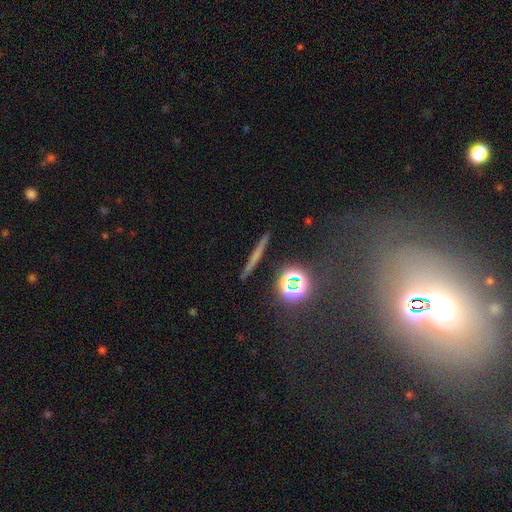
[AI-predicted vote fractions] This is marginally a smooth galaxy (42%). Merging: clearly none (90%).